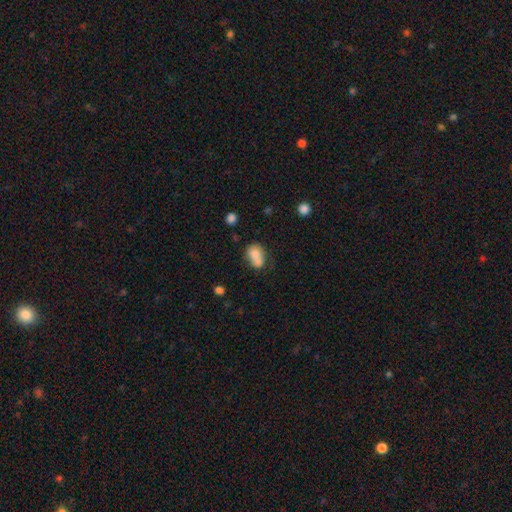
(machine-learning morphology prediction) Smooth or featured? smooth (76%)
How rounded? in between (66%)
Merging? merger (46%)